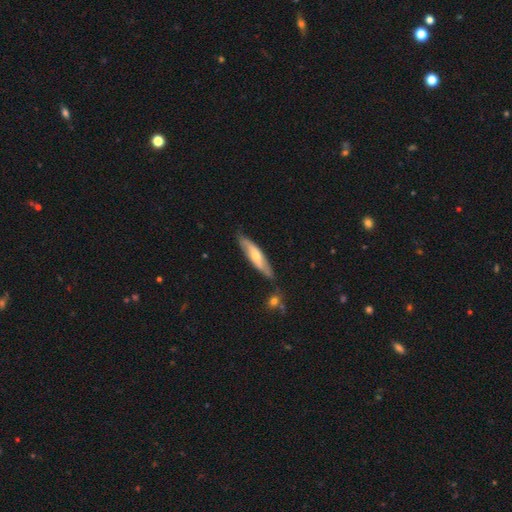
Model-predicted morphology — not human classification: This appears to be a smooth galaxy with no disk features (48%). Merging: none (77%).